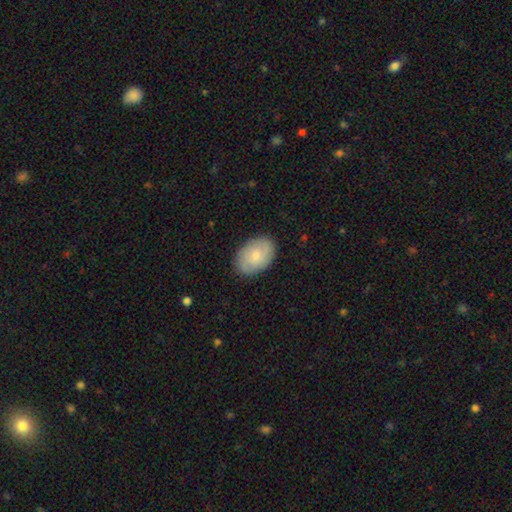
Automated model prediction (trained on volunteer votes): Q: Smooth or featured?
A: smooth (69%); runner-up: featured or disk (25%)
Q: How rounded?
A: in between (87%); runner-up: round (12%)
Q: Merging?
A: none (85%); runner-up: minor disturbance (11%)